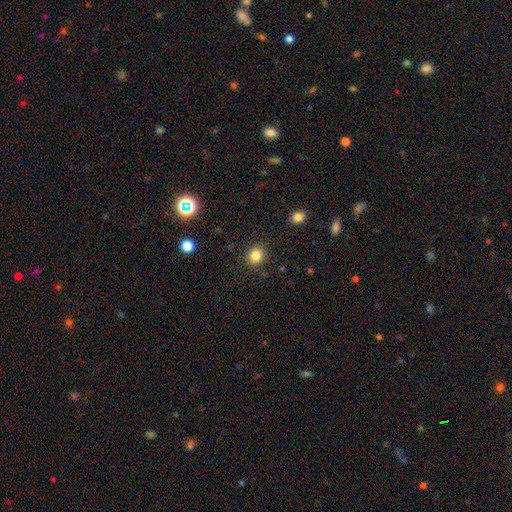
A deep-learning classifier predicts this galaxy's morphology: smooth-or-featured: smooth: 83% | star or artifact: 12% | featured or disk: 5%
  how-rounded: round: 83% | in between: 16% | cigar-shaped: 1%
  merging: none: 90% | minor disturbance: 7% | major disturbance: 2% | merger: 1%